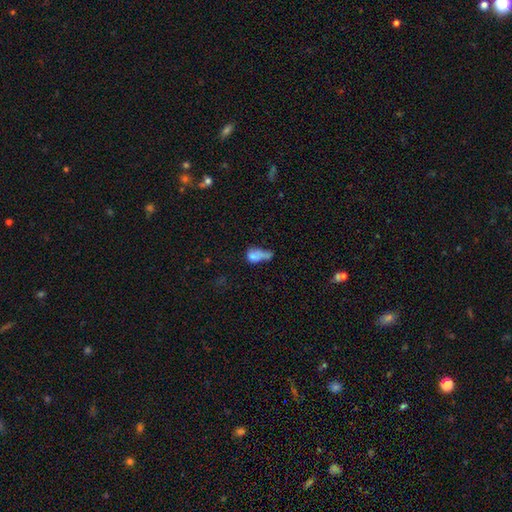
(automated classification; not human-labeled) smooth_or_featured: smooth (p=0.67) [alt: featured or disk p=0.20]
how_rounded: in between (p=0.71) [alt: round p=0.22]
merging: merger (p=0.36) [alt: major disturbance p=0.28]